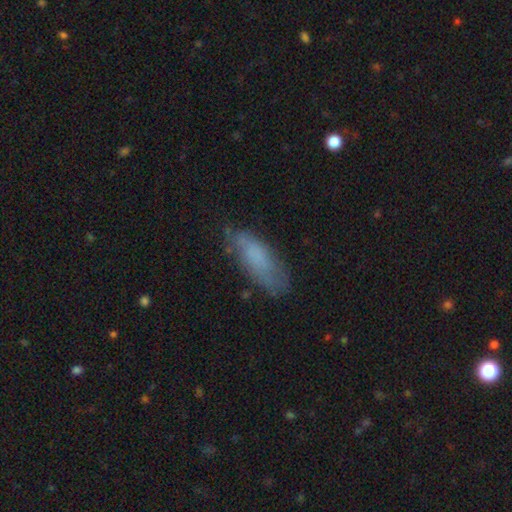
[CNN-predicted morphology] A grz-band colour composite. It shows a smooth galaxy with no disk features (69%) that is in between round and cigar-shaped (65%). Merging: none (66%).